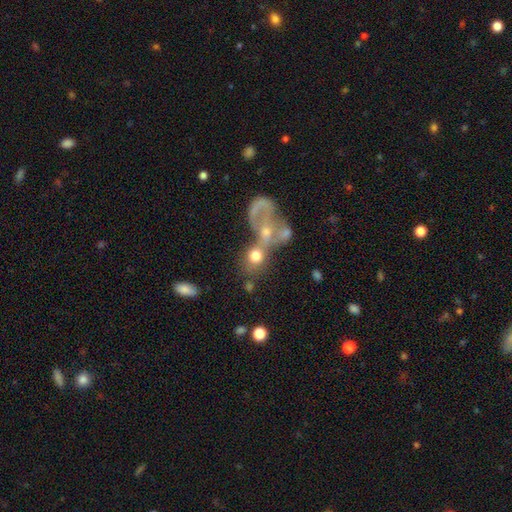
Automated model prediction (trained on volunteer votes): A smooth galaxy with no disk features (59%) that is round (64%).

Vote fractions:
- Smooth or featured? smooth: 59% / featured or disk: 29% / star or artifact: 12%
- How rounded? round: 64% / in between: 34% / cigar-shaped: 2%
- Merging? merger: 60% / none: 18% / major disturbance: 15% / minor disturbance: 7%